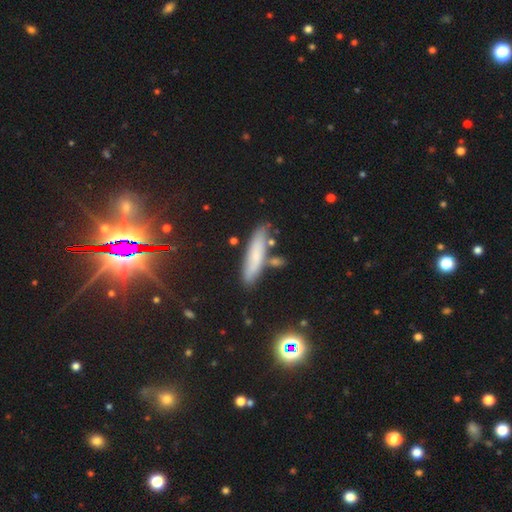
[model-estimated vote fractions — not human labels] Smooth or featured: smooth — 66% (featured or disk — 23%)
How rounded: cigar-shaped — 79% (in between — 19%)
Merging: none — 76% (minor disturbance — 14%)